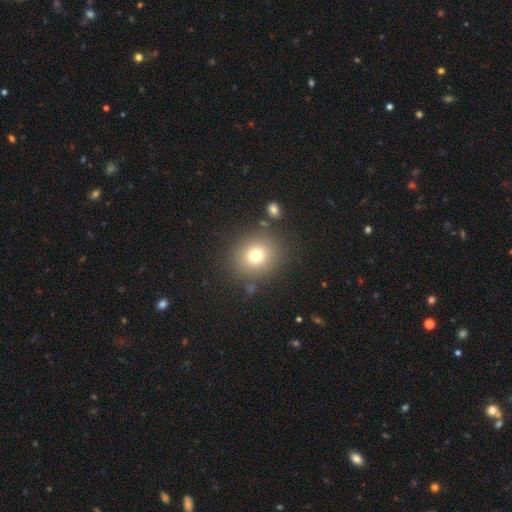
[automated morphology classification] A smooth galaxy with no disk features (75%) that is round (80%).

Vote fractions:
- Smooth or featured? smooth: 75% / star or artifact: 14% / featured or disk: 11%
- How rounded? round: 80% / in between: 19% / cigar-shaped: 1%
- Merging? none: 83% / minor disturbance: 9% / major disturbance: 4% / merger: 4%